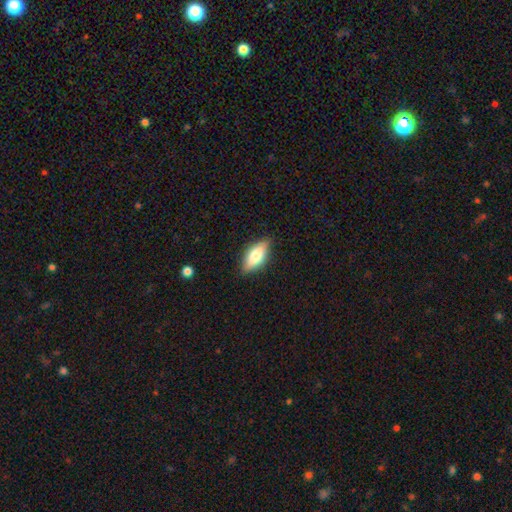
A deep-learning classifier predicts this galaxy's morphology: Smooth or featured?
  - smooth: 64% *
  - featured or disk: 30%
  - star or artifact: 7%
How rounded?
  - in between: 77% *
  - cigar-shaped: 20%
  - round: 3%
Merging?
  - none: 85% *
  - minor disturbance: 12%
  - major disturbance: 2%
  - merger: 1%